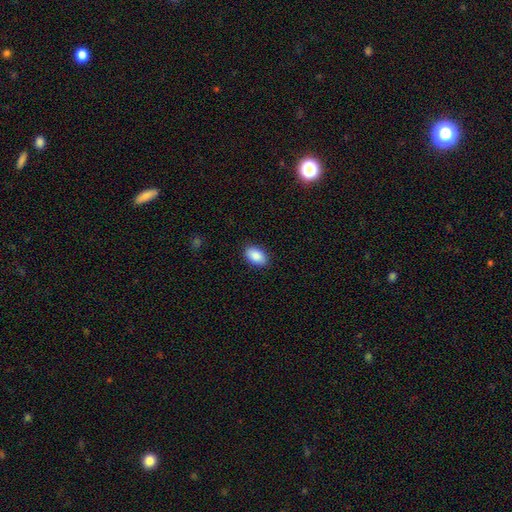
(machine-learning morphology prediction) A smooth galaxy with no disk features (89%) that is in between round and cigar-shaped (93%). Merging: none (89%).